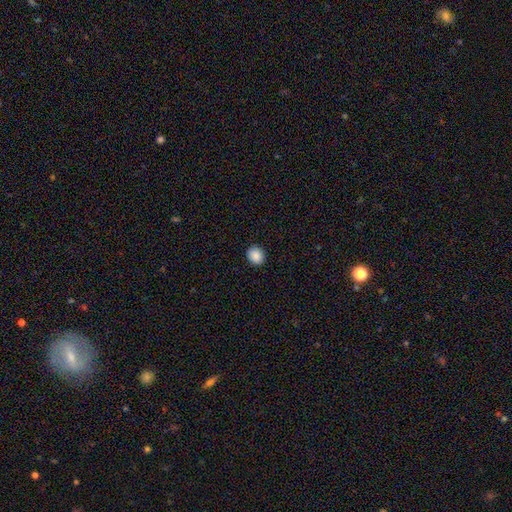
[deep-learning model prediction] A smooth galaxy with no disk features (88%) that is round (74%).

Vote fractions:
- Smooth or featured? smooth: 88% / star or artifact: 9% / featured or disk: 3%
- How rounded? round: 74% / in between: 25% / cigar-shaped: 1%
- Merging? none: 92% / minor disturbance: 6% / major disturbance: 2% / merger: 1%